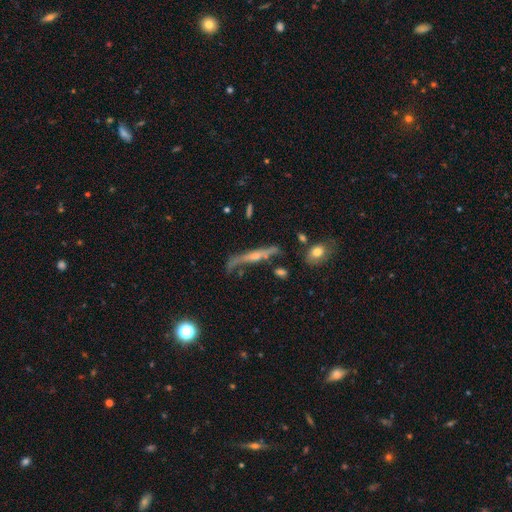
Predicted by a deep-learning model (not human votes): Smooth or featured? featured or disk (71%)
Edge-on disk? yes (85%)
Edge-on bulge? rounded (77%)
Merging? none (54%)